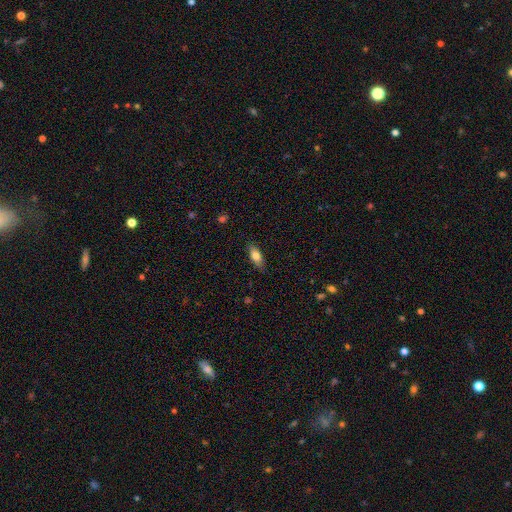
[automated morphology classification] The model was most divided on "how rounded": in between: 73%, cigar-shaped: 24%, round: 3%. More confident: merging — none (84%); smooth or featured — smooth (75%).